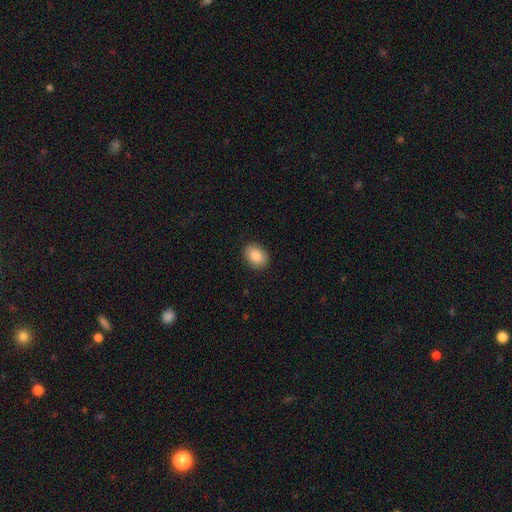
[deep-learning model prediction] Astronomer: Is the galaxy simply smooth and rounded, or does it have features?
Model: smooth — 86%.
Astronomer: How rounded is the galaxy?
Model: in between — 74%.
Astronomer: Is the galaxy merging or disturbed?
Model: none — 89%.